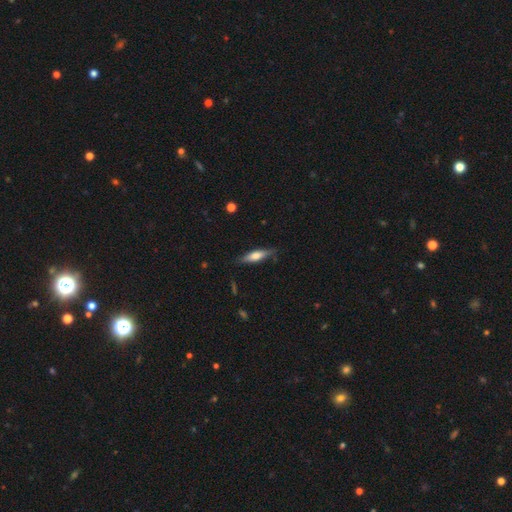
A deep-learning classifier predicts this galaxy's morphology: A smooth galaxy with no disk features (52%) that is cigar-shaped (69%). Merging: none (81%).